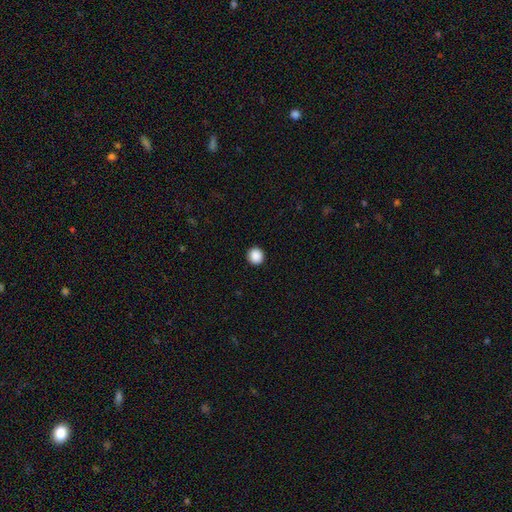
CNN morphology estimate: Smooth or featured: smooth — 89% (star or artifact — 9%)
How rounded: round — 94% (in between — 5%)
Merging: none — 93% (minor disturbance — 4%)